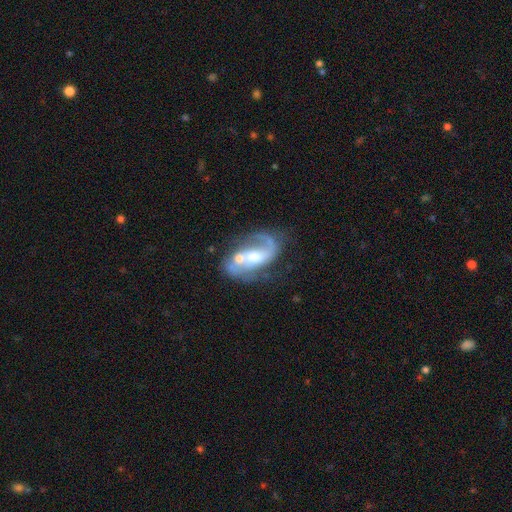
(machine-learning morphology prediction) Smooth or featured? featured or disk (83%)
Edge-on disk? no (97%)
Bar? weak (41%, tied with no)
Spiral arms? yes (91%)
Spiral winding? loose (43%, tied with medium)
Spiral arm count? 2 (67%)
Bulge size? moderate (58%)
Merging? none (40%)